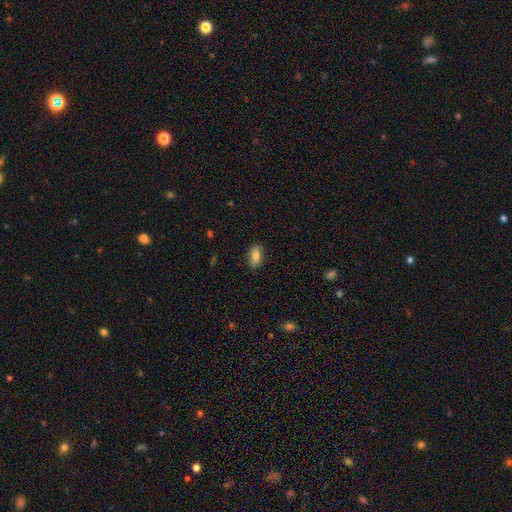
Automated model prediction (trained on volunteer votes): Q: Smooth or featured?
A: smooth (75%); runner-up: featured or disk (16%)
Q: How rounded?
A: in between (87%); runner-up: cigar-shaped (6%)
Q: Merging?
A: none (85%); runner-up: minor disturbance (11%)